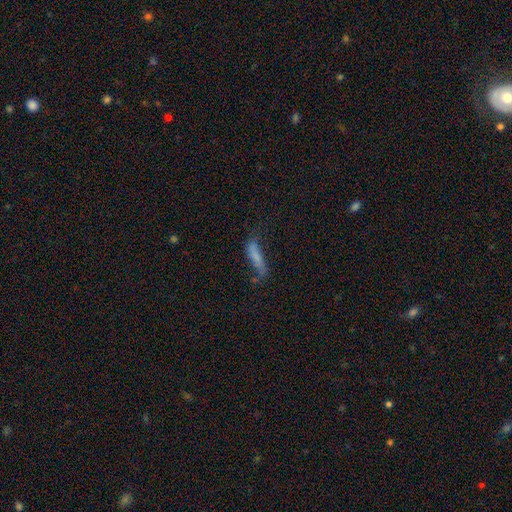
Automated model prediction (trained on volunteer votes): Overall: smooth (64%; featured or disk 26%). How rounded: cigar-shaped (71%). Merging: none (41%; minor disturbance 29%).